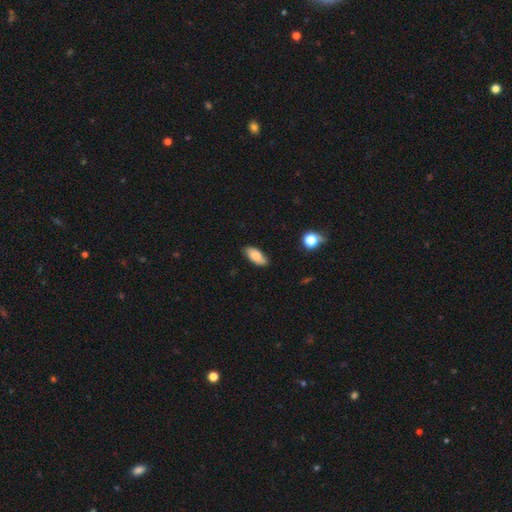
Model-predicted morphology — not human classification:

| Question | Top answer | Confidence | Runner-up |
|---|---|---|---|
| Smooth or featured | smooth | 82% | featured or disk (11%) |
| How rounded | in between | 86% | cigar-shaped (12%) |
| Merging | none | 82% | minor disturbance (14%) |